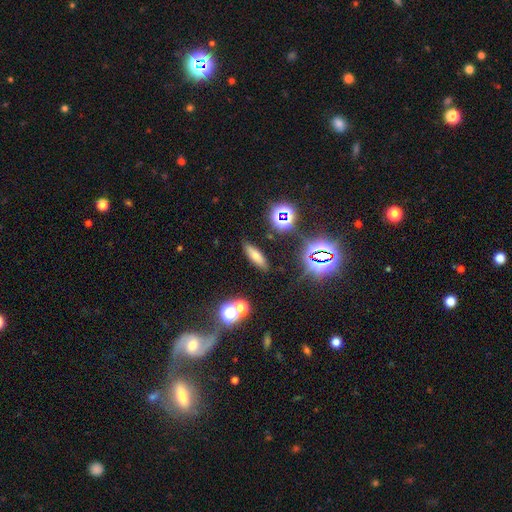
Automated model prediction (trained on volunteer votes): This is likely a smooth galaxy (61%). How rounded: possibly cigar-shaped (51%). Merging: clearly none (86%).